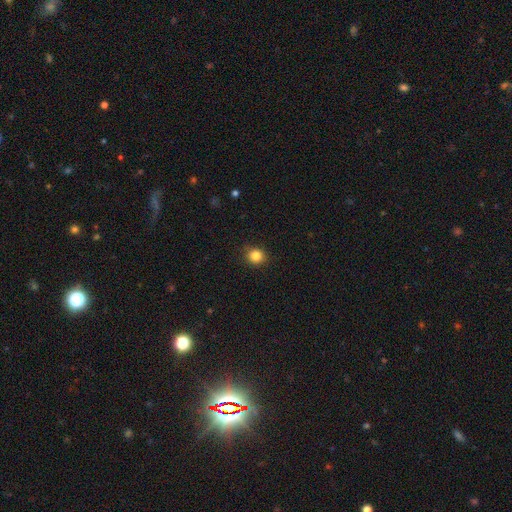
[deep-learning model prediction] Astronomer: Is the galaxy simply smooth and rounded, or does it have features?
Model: smooth — 84%.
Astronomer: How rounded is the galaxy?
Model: round — 86%.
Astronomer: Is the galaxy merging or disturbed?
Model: none — 89%.